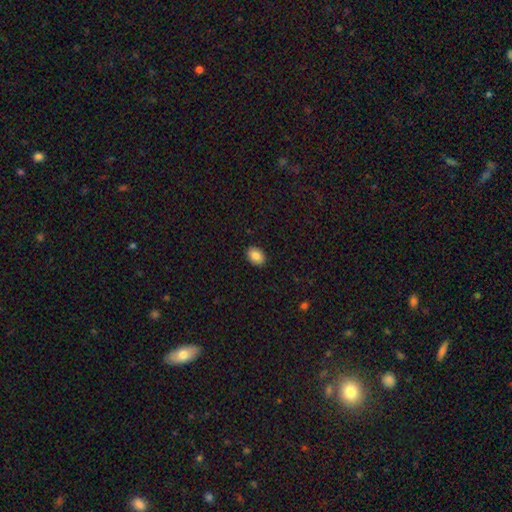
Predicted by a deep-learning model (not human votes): The model was most divided on "how rounded": in between: 76%, round: 23%, cigar-shaped: 1%. More confident: merging — none (91%); smooth or featured — smooth (86%).